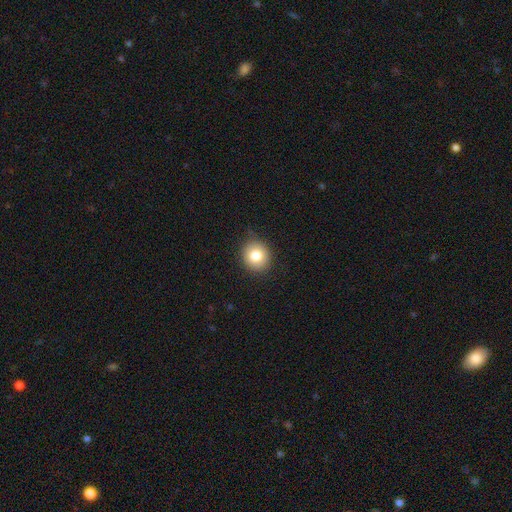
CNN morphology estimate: smooth 80%, star or artifact 10%, featured or disk 10%. Down the decision tree: how rounded — round (87%); merging — none (88%).